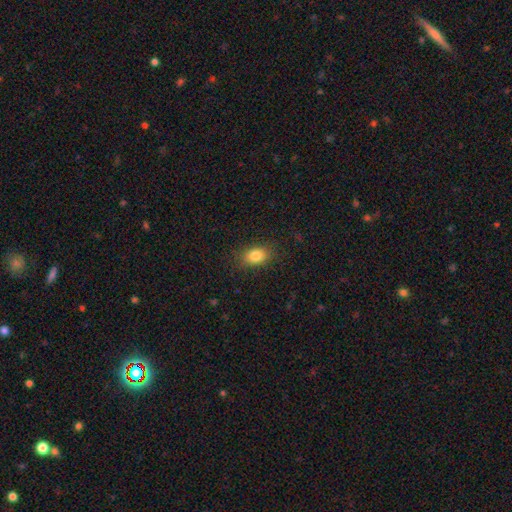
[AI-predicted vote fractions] smooth 83%, star or artifact 10%, featured or disk 7%. Down the decision tree: how rounded — in between (78%); merging — none (84%).